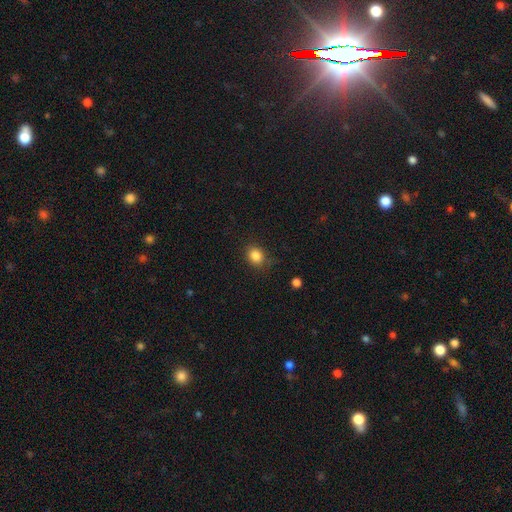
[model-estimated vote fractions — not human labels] A smooth galaxy with no disk features (85%) that is round (63%). Merging: none (81%).